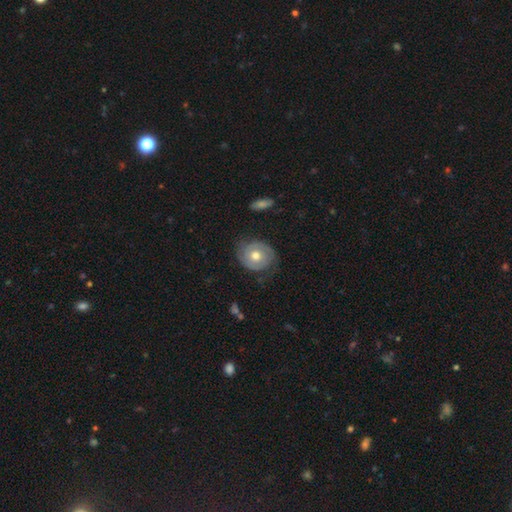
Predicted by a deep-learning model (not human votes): Overall: featured or disk (64%; smooth 30%). Edge-on disk: no (97%). Bar: no (81%). Spiral arms: yes (83%). Spiral arm count: 2 (73%). Spiral winding: tight (63%; medium 26%). Bulge size: moderate (79%). Merging: none (73%).